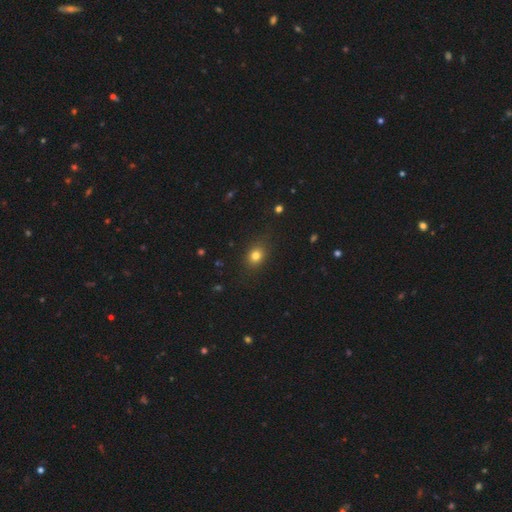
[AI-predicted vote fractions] Smooth or featured? Predicted: smooth (p=0.79). How rounded? Predicted: in between (p=0.49, tied with round). Merging? Predicted: none (p=0.82).